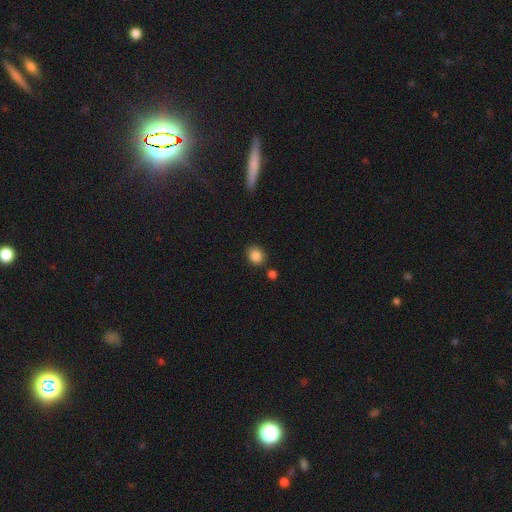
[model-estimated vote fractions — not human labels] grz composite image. It shows a smooth galaxy with no disk features (87%) that is round (68%). Merging: none (80%).